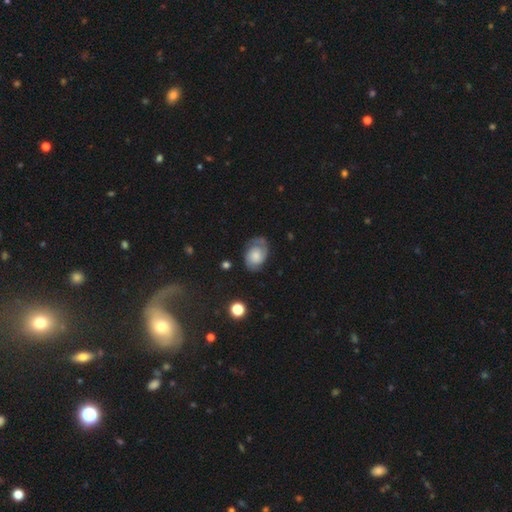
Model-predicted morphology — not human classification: Smooth or featured: featured or disk — 65% (smooth — 28%)
Edge-on disk: no — 97% (yes — 3%)
Bar: no — 71% (weak — 25%)
Spiral arms: yes — 90% (no — 10%)
Spiral winding: tight — 48% (medium — 38%)
Spiral arm count: 2 — 69% (1 — 14%)
Bulge size: moderate — 29% (small — 27%)
Merging: none — 66% (minor disturbance — 22%)